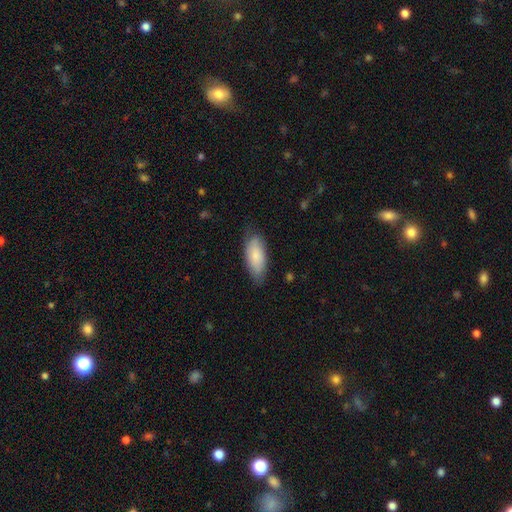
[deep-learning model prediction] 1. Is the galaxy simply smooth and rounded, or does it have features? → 78% smooth, 16% featured or disk, 6% star or artifact.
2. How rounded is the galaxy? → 84% in between, 14% cigar-shaped, 2% round.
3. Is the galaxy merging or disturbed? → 71% none, 24% minor disturbance, 5% major disturbance, 1% merger.